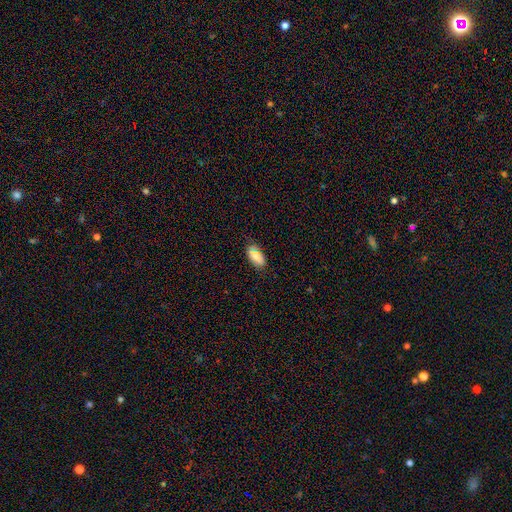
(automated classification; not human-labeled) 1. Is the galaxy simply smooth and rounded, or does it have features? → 77% smooth, 16% featured or disk, 7% star or artifact.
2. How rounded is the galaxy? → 93% in between, 5% cigar-shaped, 3% round.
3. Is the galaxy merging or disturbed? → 68% none, 26% minor disturbance, 5% major disturbance, 1% merger.